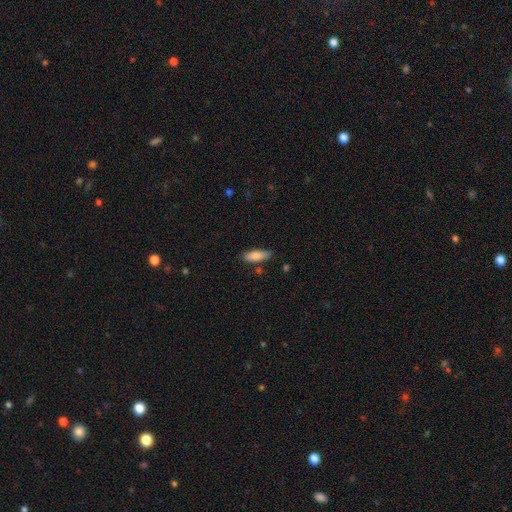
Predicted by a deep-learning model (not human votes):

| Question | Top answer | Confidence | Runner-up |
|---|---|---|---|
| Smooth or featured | smooth | 83% | featured or disk (10%) |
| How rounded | in between | 64% | cigar-shaped (34%) |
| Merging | none | 77% | minor disturbance (17%) |